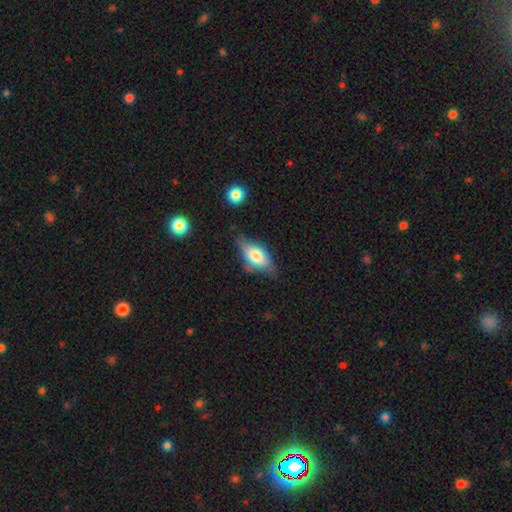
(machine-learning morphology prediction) Smooth or featured: smooth — 62% (featured or disk — 31%)
How rounded: in between — 81% (cigar-shaped — 15%)
Merging: none — 62% (minor disturbance — 27%)